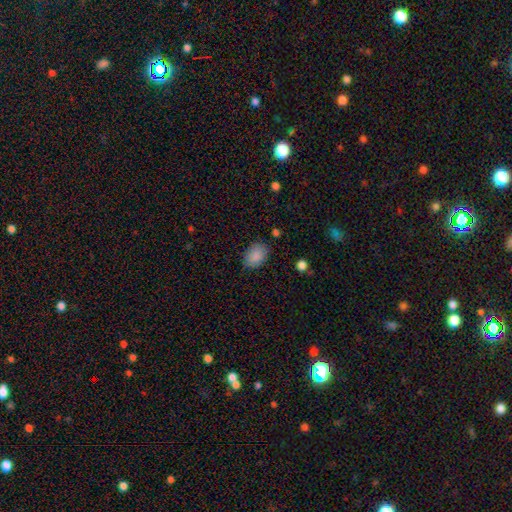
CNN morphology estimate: Q: Smooth or featured?
A: smooth (87%); runner-up: star or artifact (8%)
Q: How rounded?
A: in between (78%); runner-up: round (21%)
Q: Merging?
A: none (82%); runner-up: minor disturbance (13%)